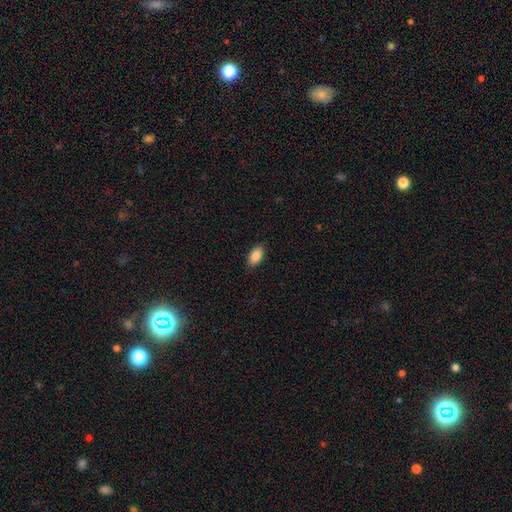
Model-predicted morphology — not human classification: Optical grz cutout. It shows a smooth galaxy with no disk features (88%) that is in between round and cigar-shaped (93%). Merging: none (88%).